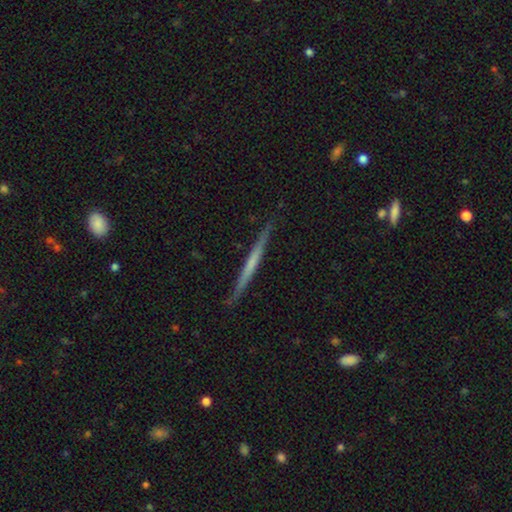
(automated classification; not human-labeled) A featured or disk galaxy (60%) viewed edge-on (98%) with no central bulge (80%).

Vote fractions:
- Smooth or featured? featured or disk: 60% / smooth: 34% / star or artifact: 6%
- Edge-on disk? yes: 98% / no: 2%
- Edge-on bulge? none: 80% / rounded: 14% / boxy: 6%
- Merging? none: 90% / minor disturbance: 8% / major disturbance: 1% / merger: 1%